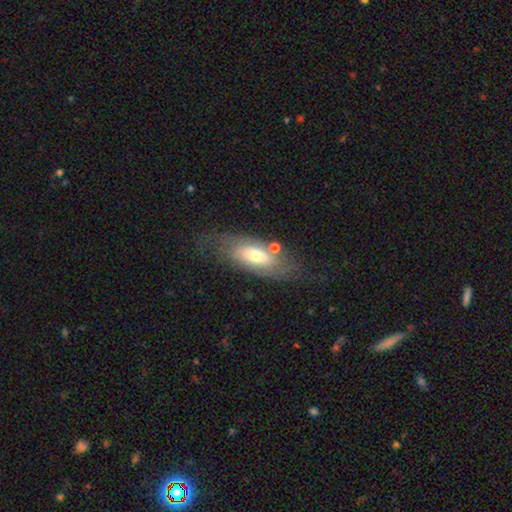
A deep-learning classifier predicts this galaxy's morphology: Smooth or featured: featured or disk — 49% (smooth — 44%)
Merging: none — 60% (minor disturbance — 21%)